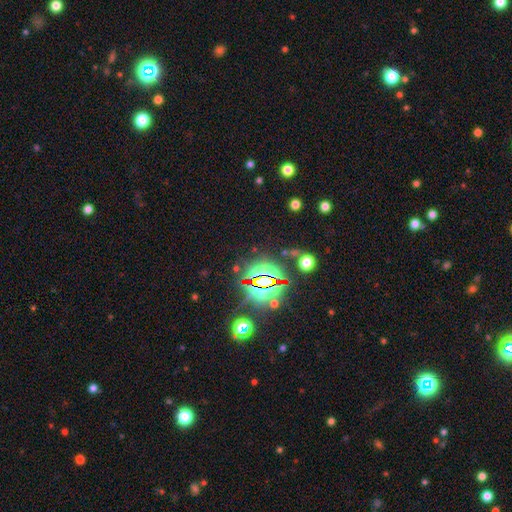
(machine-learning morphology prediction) Overall: star or artifact (82%).